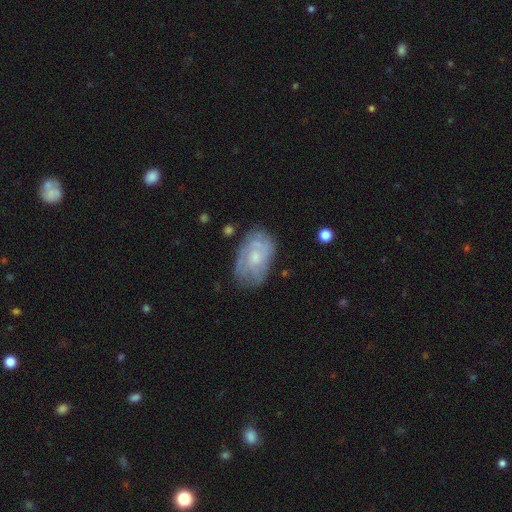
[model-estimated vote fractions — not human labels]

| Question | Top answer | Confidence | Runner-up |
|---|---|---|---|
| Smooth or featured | featured or disk | 61% | smooth (32%) |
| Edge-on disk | no | 96% | yes (4%) |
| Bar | no | 77% | weak (21%) |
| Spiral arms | yes | 71% | no (29%) |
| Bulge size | small | 48% | moderate (41%) |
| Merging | none | 67% | minor disturbance (23%) |